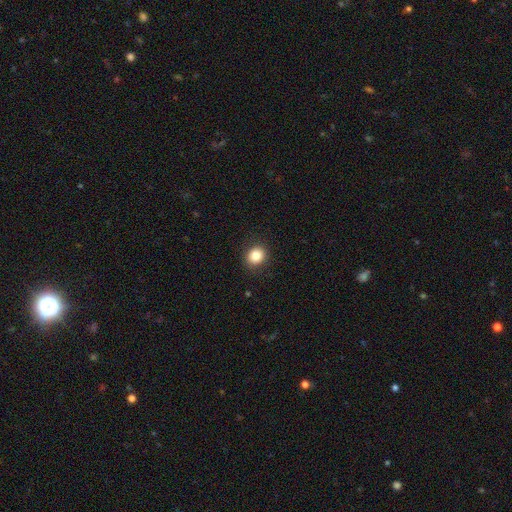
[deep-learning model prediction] Smooth or featured?
  - smooth: 84% *
  - star or artifact: 10%
  - featured or disk: 6%
How rounded?
  - round: 79% *
  - in between: 20%
  - cigar-shaped: 1%
Merging?
  - none: 89% *
  - minor disturbance: 8%
  - major disturbance: 2%
  - merger: 1%